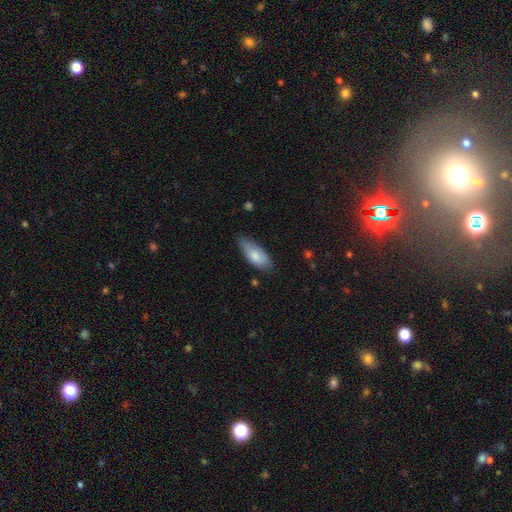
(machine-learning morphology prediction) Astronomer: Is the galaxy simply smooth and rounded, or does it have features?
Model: smooth — 80%.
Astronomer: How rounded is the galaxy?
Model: in between — 81%.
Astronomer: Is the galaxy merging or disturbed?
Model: none — 67%.